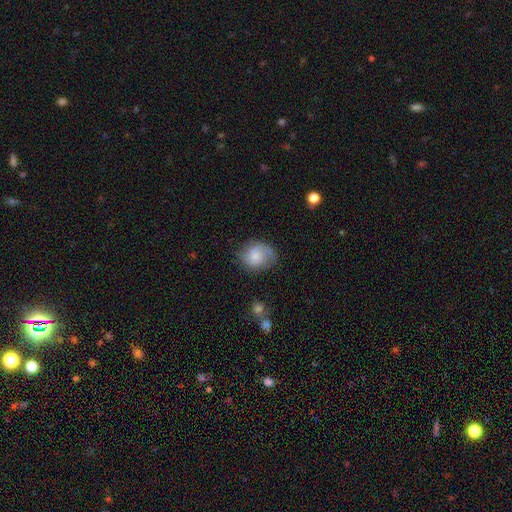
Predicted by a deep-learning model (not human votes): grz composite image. It shows a smooth galaxy with no disk features (54%) that is round (58%). Merging: none (61%).